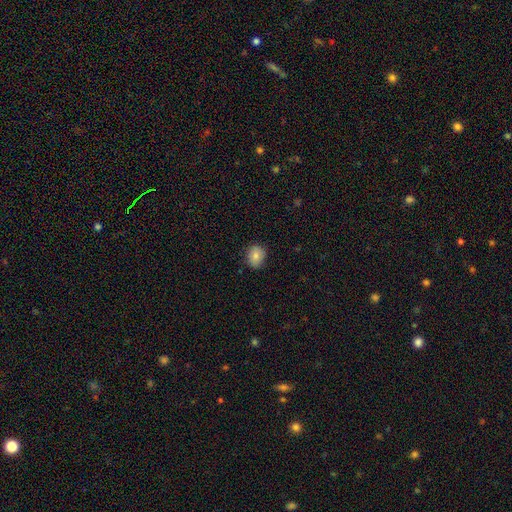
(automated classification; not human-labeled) smooth 81%, featured or disk 9%, star or artifact 9%. Down the decision tree: how rounded — round (63%); merging — none (82%).